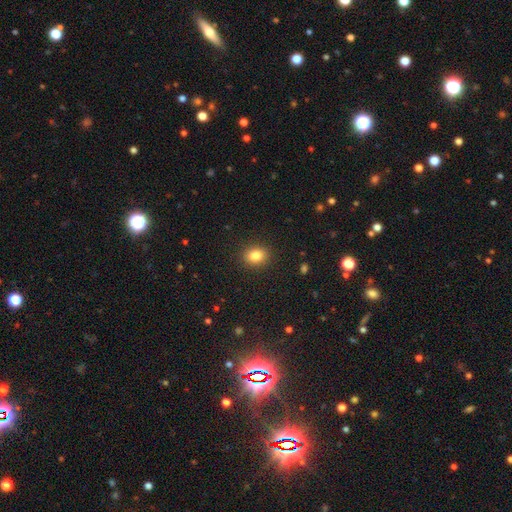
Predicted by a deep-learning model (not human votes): A smooth galaxy with no disk features (84%) that is round (50%).

Vote fractions:
- Smooth or featured? smooth: 84% / star or artifact: 10% / featured or disk: 6%
- How rounded? round: 50% / in between: 49% / cigar-shaped: 1%
- Merging? none: 90% / minor disturbance: 7% / major disturbance: 2% / merger: 1%